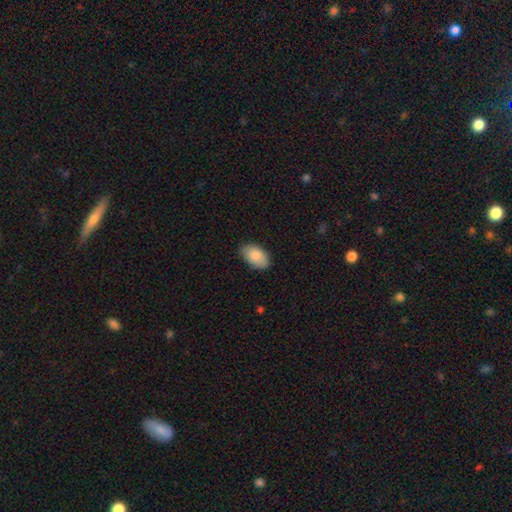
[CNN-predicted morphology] A smooth galaxy with no disk features (87%) that is in between round and cigar-shaped (92%).

Vote fractions:
- Smooth or featured? smooth: 87% / featured or disk: 7% / star or artifact: 6%
- How rounded? in between: 92% / round: 6% / cigar-shaped: 1%
- Merging? none: 80% / minor disturbance: 16% / major disturbance: 3% / merger: 1%